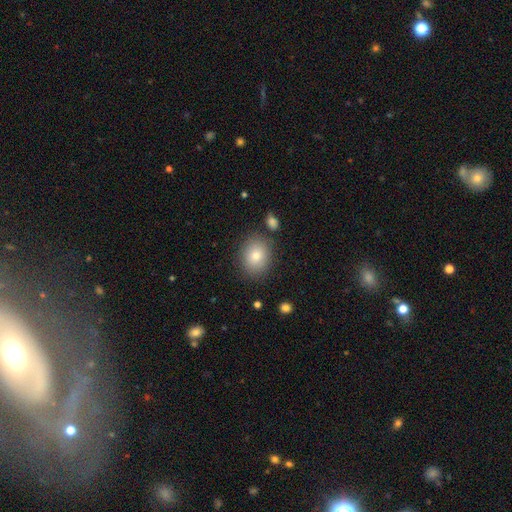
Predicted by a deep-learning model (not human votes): A smooth galaxy with no disk features (80%) that is in between round and cigar-shaped (50%). Merging: none (83%).